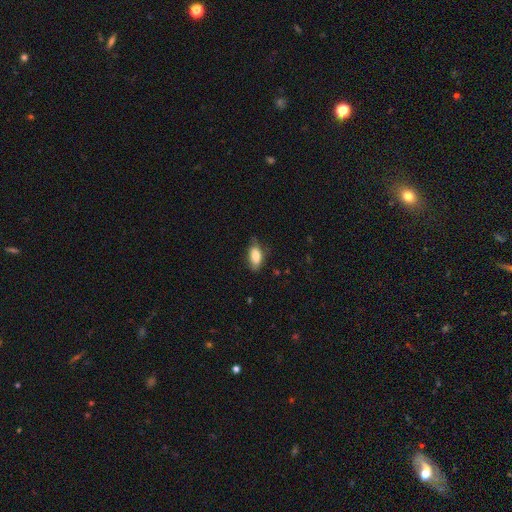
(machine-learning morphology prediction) Overall: smooth (81%). How rounded: in between (87%). Merging: none (63%; minor disturbance 29%).